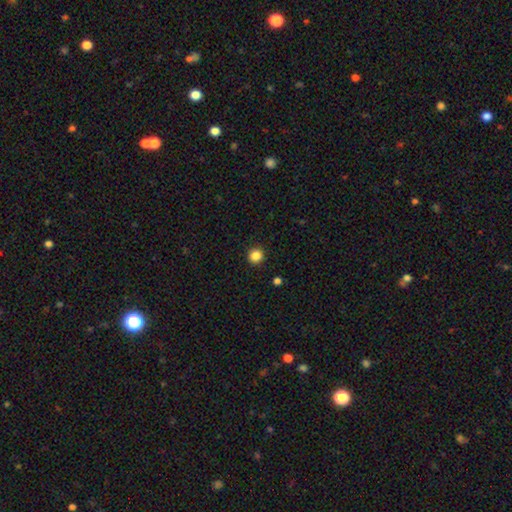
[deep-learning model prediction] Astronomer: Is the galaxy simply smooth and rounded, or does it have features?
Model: smooth — 86%.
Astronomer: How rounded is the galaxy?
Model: round — 93%.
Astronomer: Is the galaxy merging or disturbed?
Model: none — 92%.